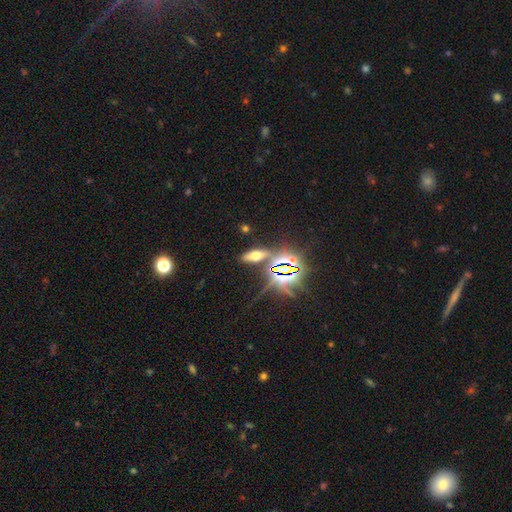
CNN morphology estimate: smooth-or-featured: star or artifact: 39% (tied) | smooth: 39% (tied) | featured or disk: 22%